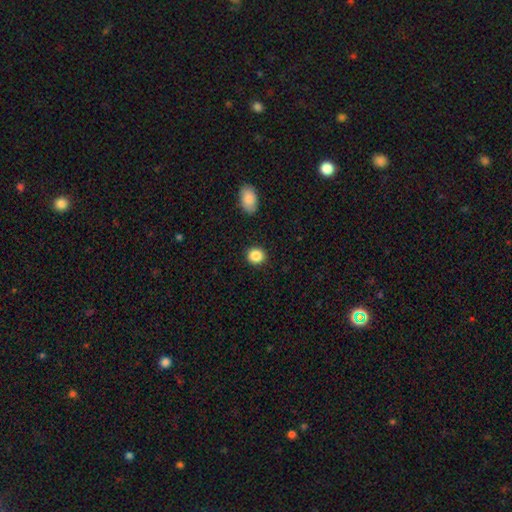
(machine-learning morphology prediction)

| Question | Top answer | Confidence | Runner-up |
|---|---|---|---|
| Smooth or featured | smooth | 87% | star or artifact (9%) |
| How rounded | round | 83% | in between (16%) |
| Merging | none | 90% | minor disturbance (6%) |